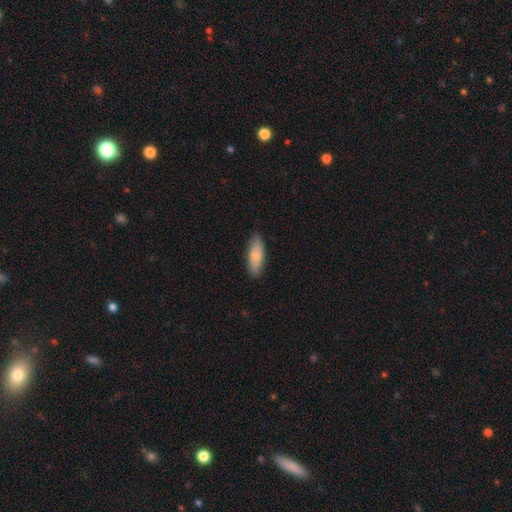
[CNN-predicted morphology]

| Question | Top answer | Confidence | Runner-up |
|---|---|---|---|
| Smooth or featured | smooth | 79% | featured or disk (16%) |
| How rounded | in between | 66% | cigar-shaped (32%) |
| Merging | none | 85% | minor disturbance (12%) |